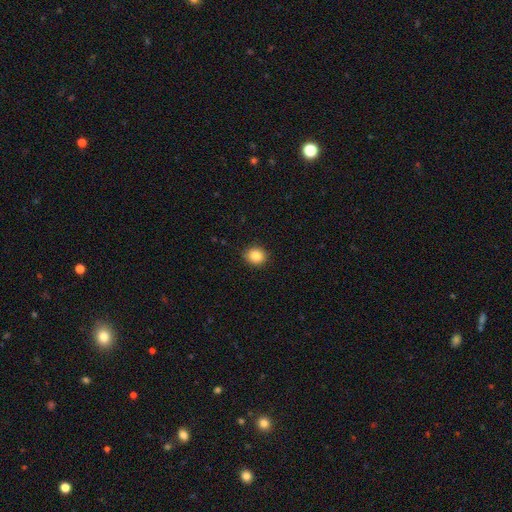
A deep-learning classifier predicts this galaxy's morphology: Overall: smooth (85%). How rounded: round (78%). Merging: none (91%).